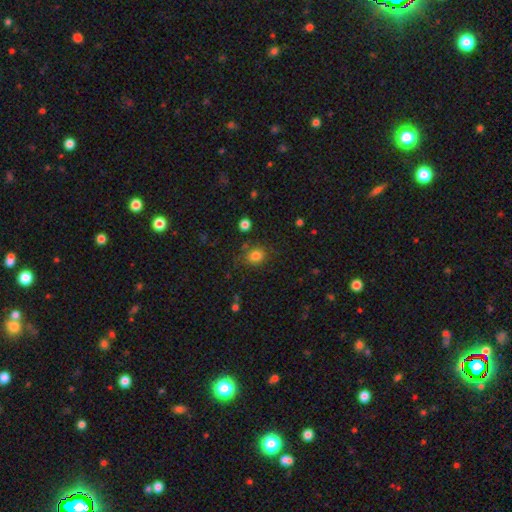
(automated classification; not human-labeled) Overall: smooth (82%). How rounded: round (61%; in between 38%). Merging: none (75%).